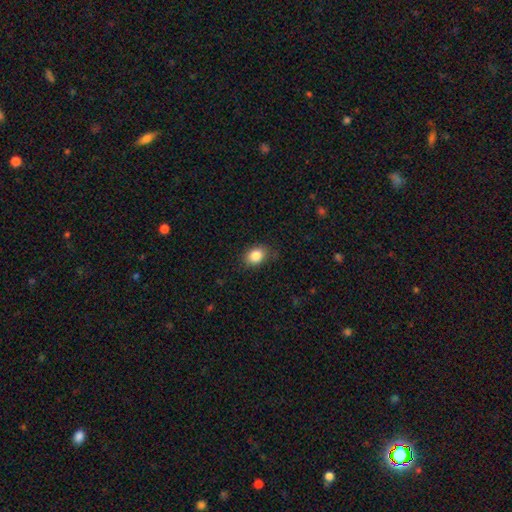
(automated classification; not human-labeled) Smooth or featured?
  - smooth: 86% *
  - star or artifact: 9%
  - featured or disk: 5%
How rounded?
  - in between: 68% *
  - round: 31%
  - cigar-shaped: 1%
Merging?
  - none: 80% *
  - minor disturbance: 15%
  - major disturbance: 3%
  - merger: 1%